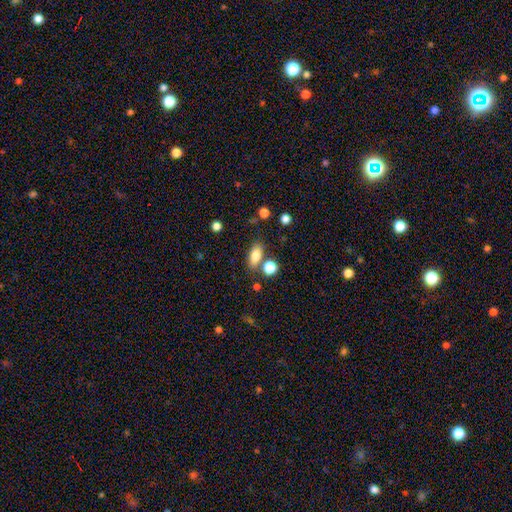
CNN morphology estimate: Smooth or featured? Predicted: smooth (p=0.81). How rounded? Predicted: in between (p=0.81). Merging? Predicted: none (p=0.70).